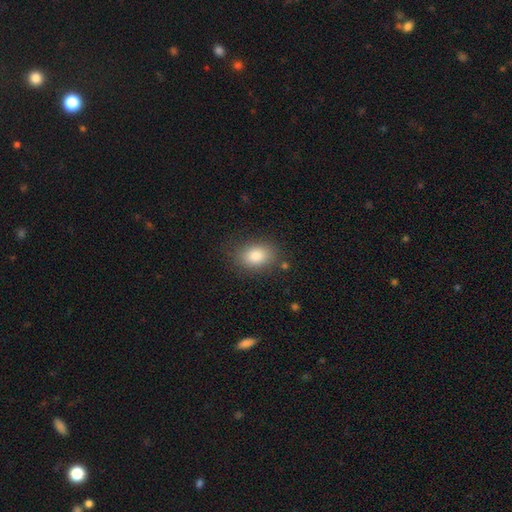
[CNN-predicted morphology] Smooth or featured? Predicted: smooth (p=0.85). How rounded? Predicted: in between (p=0.76). Merging? Predicted: none (p=0.81).